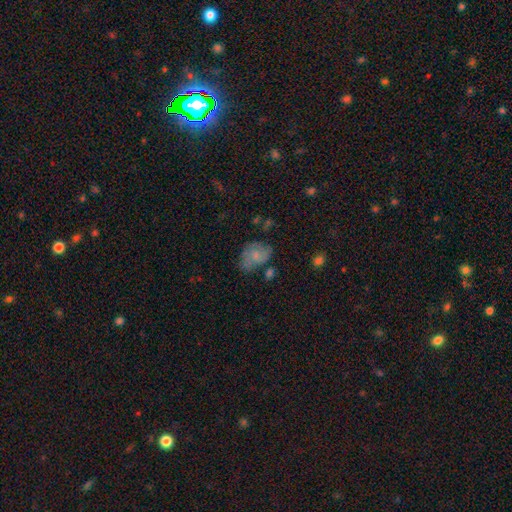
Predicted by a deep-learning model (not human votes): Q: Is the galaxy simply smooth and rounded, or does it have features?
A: smooth — 62%.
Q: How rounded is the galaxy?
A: in between — 71%.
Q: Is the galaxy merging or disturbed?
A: none — 41%.